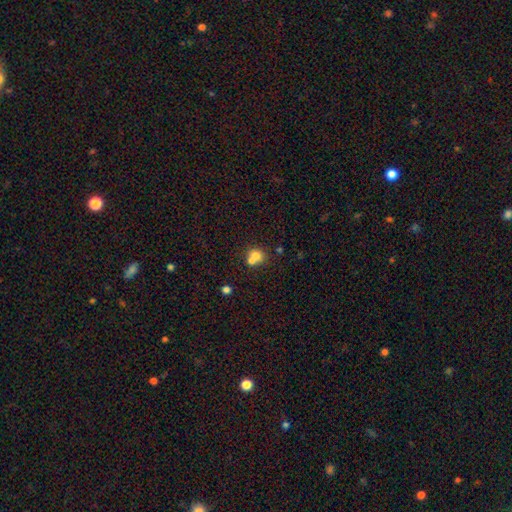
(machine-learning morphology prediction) The model was most divided on "merging": merger: 50%, none: 39%, minor disturbance: 8%, major disturbance: 3%. More confident: how rounded — round (76%); smooth or featured — smooth (72%).